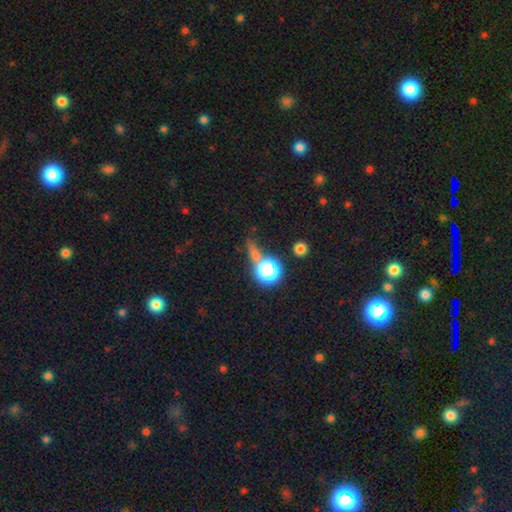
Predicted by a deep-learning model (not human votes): Smooth or featured?
  - smooth: 52% *
  - star or artifact: 35%
  - featured or disk: 13%
How rounded?
  - round: 69% *
  - in between: 19%
  - cigar-shaped: 12%
Merging?
  - none: 56% *
  - merger: 16%
  - minor disturbance: 15%
  - major disturbance: 14%